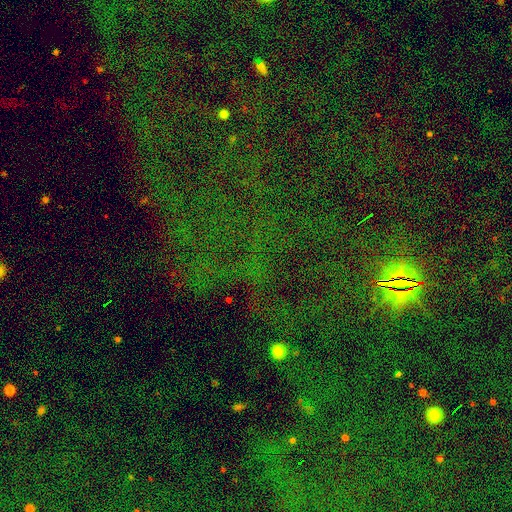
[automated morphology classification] Smooth or featured?
  - star or artifact: 80% *
  - smooth: 11%
  - featured or disk: 8%